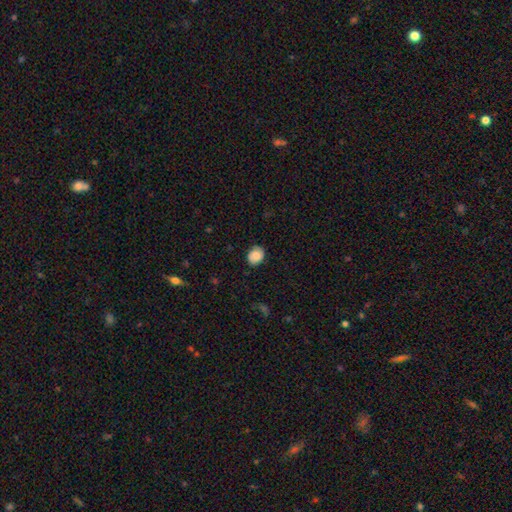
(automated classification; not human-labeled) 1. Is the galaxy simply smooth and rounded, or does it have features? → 84% smooth, 8% featured or disk, 8% star or artifact.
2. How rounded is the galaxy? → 54% in between, 45% round, 1% cigar-shaped.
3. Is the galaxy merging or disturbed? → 81% none, 15% minor disturbance, 3% major disturbance, 1% merger.